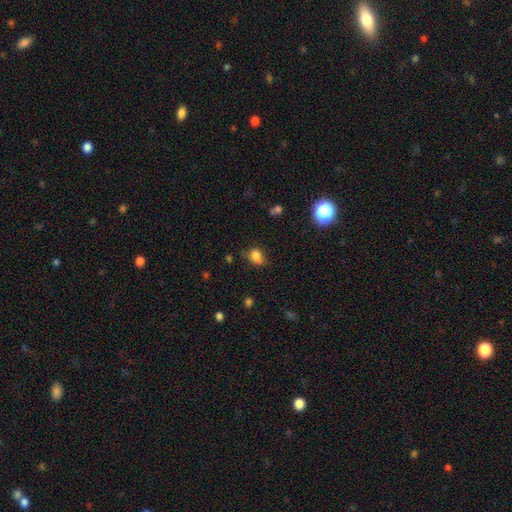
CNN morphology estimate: Smooth or featured? smooth (80%)
How rounded? in between (61%)
Merging? none (54%)